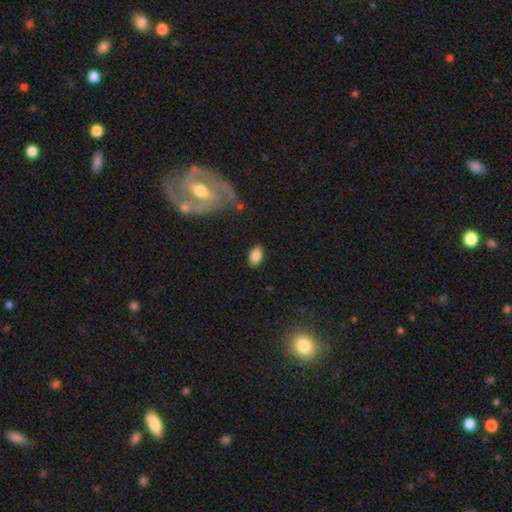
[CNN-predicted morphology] Smooth or featured: smooth — 85% (star or artifact — 8%)
How rounded: in between — 91% (round — 7%)
Merging: none — 86% (minor disturbance — 10%)